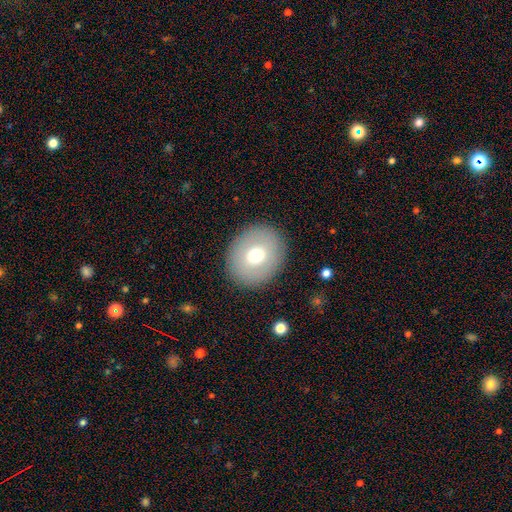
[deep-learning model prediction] smooth-or-featured: smooth: 67% | featured or disk: 24% | star or artifact: 9%
  how-rounded: round: 67% | in between: 32% | cigar-shaped: 1%
  merging: none: 89% | minor disturbance: 7% | major disturbance: 3% | merger: 1%